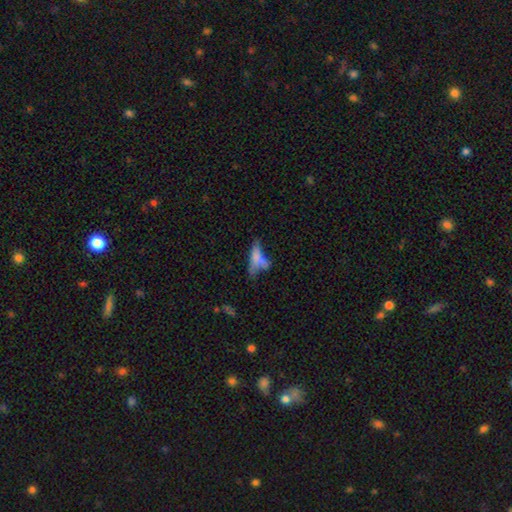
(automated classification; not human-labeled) Smooth or featured? smooth (50%)
Merging? none (32%)